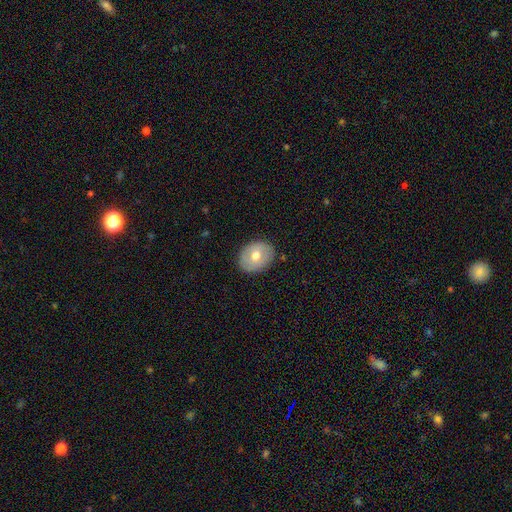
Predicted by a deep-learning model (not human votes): smooth_or_featured: smooth (p=0.63) [alt: featured or disk p=0.30]
how_rounded: in between (p=0.50) [alt: round p=0.49]
merging: none (p=0.85) [alt: minor disturbance p=0.11]